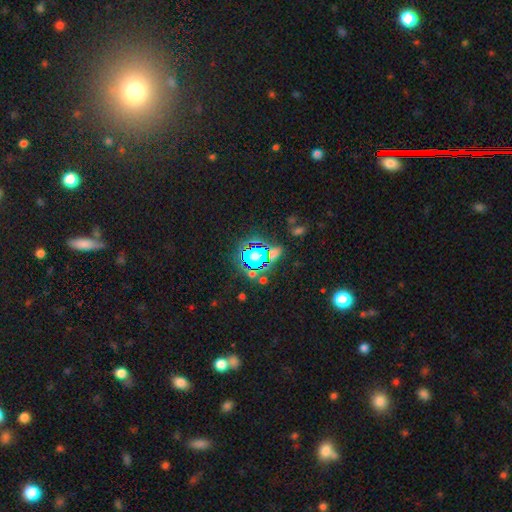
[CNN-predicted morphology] Smooth or featured?
  - star or artifact: 60% *
  - smooth: 26%
  - featured or disk: 14%